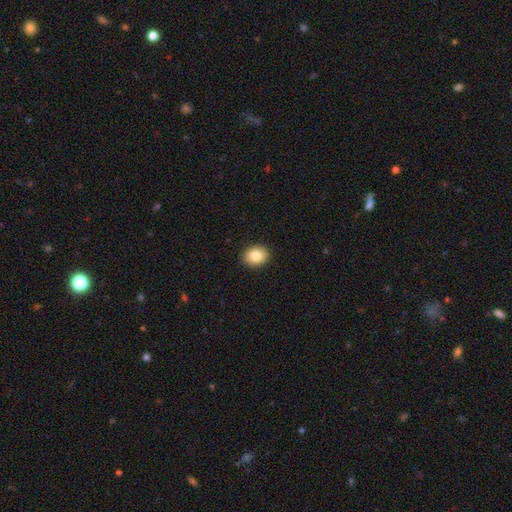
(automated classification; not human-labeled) Overall: smooth (84%). How rounded: round (50%; in between 49%). Merging: none (92%).